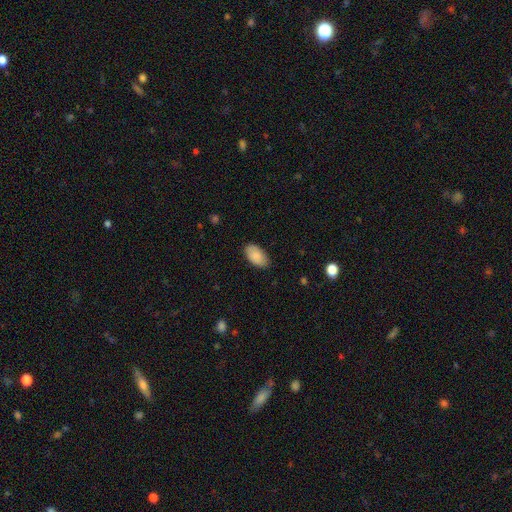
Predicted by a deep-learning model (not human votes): Smooth or featured?
  - smooth: 86% *
  - featured or disk: 8%
  - star or artifact: 6%
How rounded?
  - in between: 95% *
  - round: 4%
  - cigar-shaped: 1%
Merging?
  - none: 83% *
  - minor disturbance: 14%
  - major disturbance: 2%
  - merger: 1%